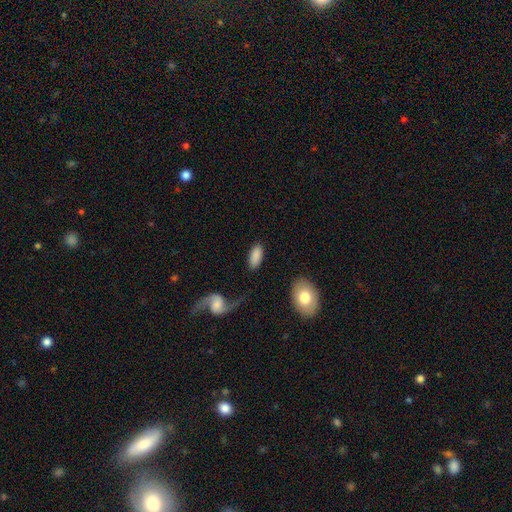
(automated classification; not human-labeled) Overall: smooth (85%). How rounded: in between (91%). Merging: none (80%).